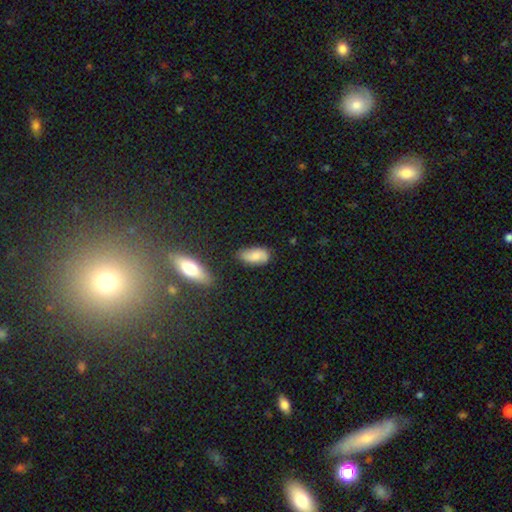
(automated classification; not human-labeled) smooth 62%, featured or disk 30%, star or artifact 8%. Down the decision tree: how rounded — in between (91%); merging — none (68%).